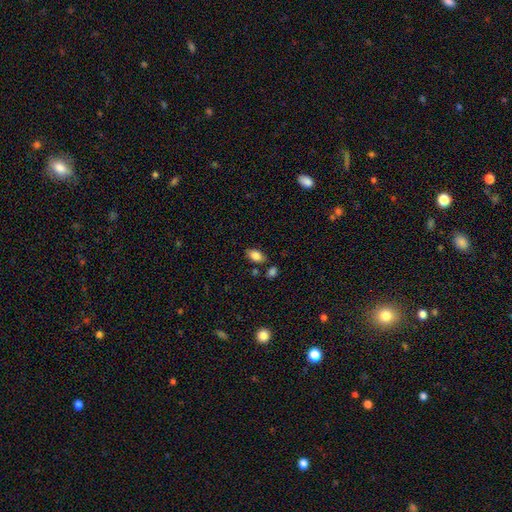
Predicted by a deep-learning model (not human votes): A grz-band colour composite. It shows a smooth galaxy with no disk features (84%) that is in between round and cigar-shaped (91%). Merging: none (76%).